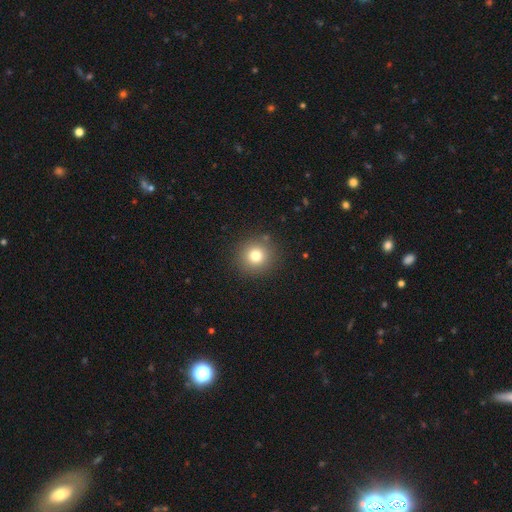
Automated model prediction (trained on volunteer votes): This is likely a smooth galaxy (78%). How rounded: clearly round (93%). Merging: clearly none (88%).